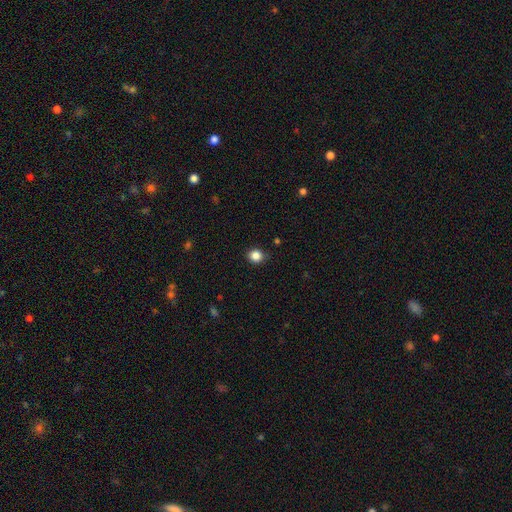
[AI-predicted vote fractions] Smooth or featured: smooth — 85% (star or artifact — 11%)
How rounded: round — 84% (in between — 16%)
Merging: none — 87% (minor disturbance — 9%)